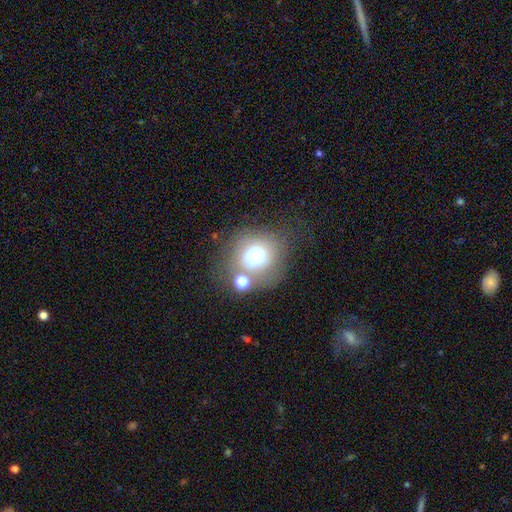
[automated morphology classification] Smooth or featured?
  - smooth: 62% *
  - featured or disk: 23%
  - star or artifact: 14%
How rounded?
  - round: 76% *
  - in between: 23%
  - cigar-shaped: 1%
Merging?
  - none: 56% *
  - minor disturbance: 16%
  - merger: 16%
  - major disturbance: 12%